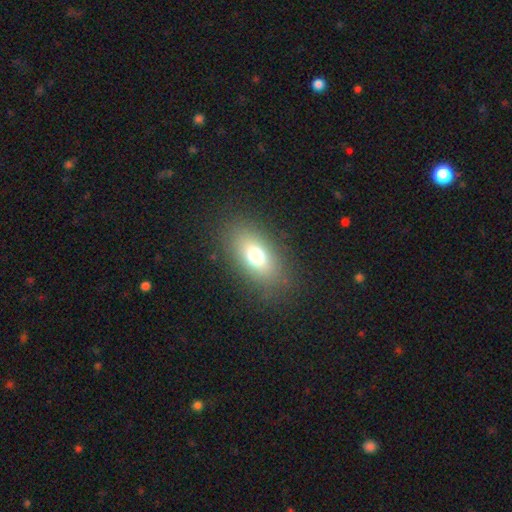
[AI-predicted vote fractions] This is likely a smooth galaxy (71%). How rounded: clearly in between (83%). Merging: clearly none (84%).